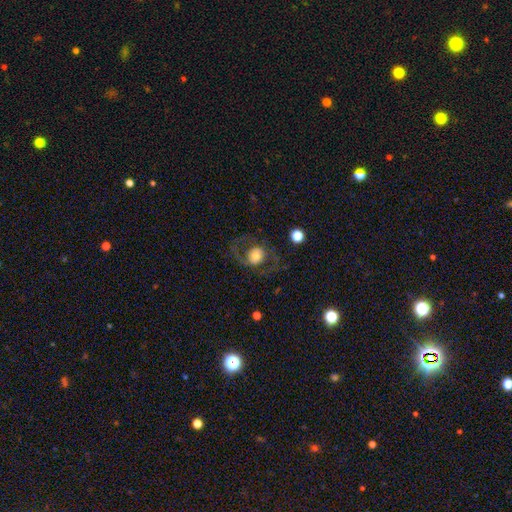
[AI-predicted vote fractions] Smooth or featured? featured or disk (48%)
Merging? none (65%)